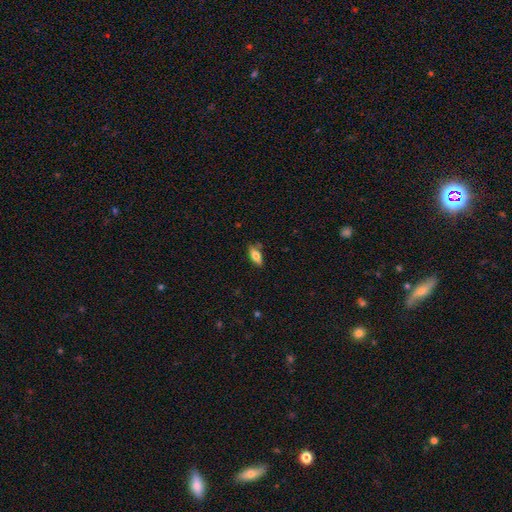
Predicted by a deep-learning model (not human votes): smooth_or_featured: smooth (p=0.77) [alt: featured or disk p=0.16]
how_rounded: in between (p=0.84) [alt: cigar-shaped p=0.13]
merging: none (p=0.72) [alt: minor disturbance p=0.20]